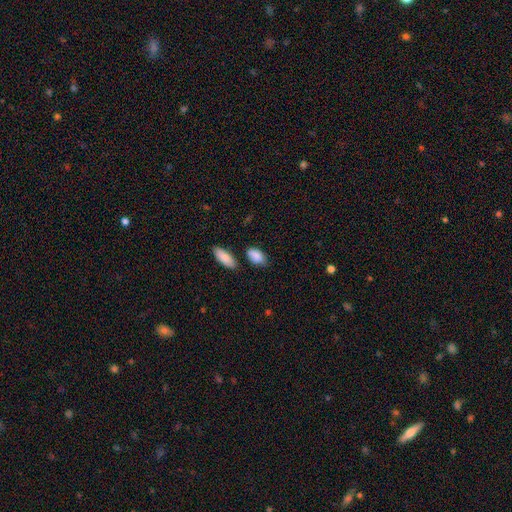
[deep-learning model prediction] Smooth or featured?
  - smooth: 88% *
  - star or artifact: 6%
  - featured or disk: 6%
How rounded?
  - in between: 91% *
  - round: 6%
  - cigar-shaped: 3%
Merging?
  - none: 73% *
  - minor disturbance: 16%
  - merger: 7%
  - major disturbance: 4%